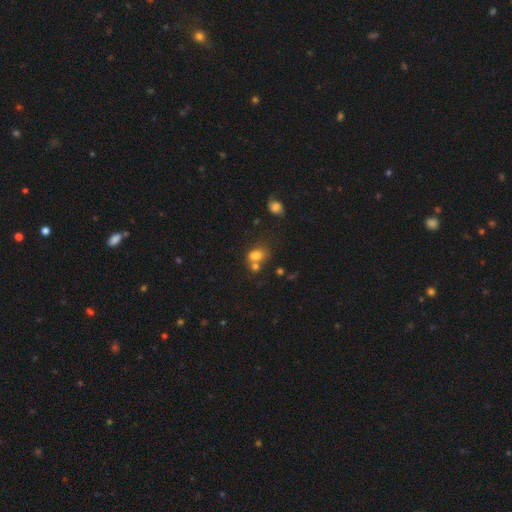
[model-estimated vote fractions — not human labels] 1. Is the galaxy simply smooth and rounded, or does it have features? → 74% smooth, 13% star or artifact, 12% featured or disk.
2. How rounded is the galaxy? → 62% in between, 37% round, 1% cigar-shaped.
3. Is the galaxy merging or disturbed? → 44% merger, 37% none, 13% minor disturbance, 6% major disturbance.